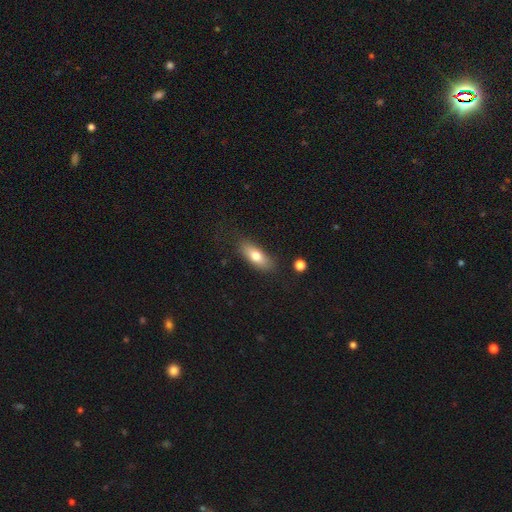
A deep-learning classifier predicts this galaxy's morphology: Smooth or featured? Predicted: smooth (p=0.73). How rounded? Predicted: in between (p=0.71). Merging? Predicted: none (p=0.78).